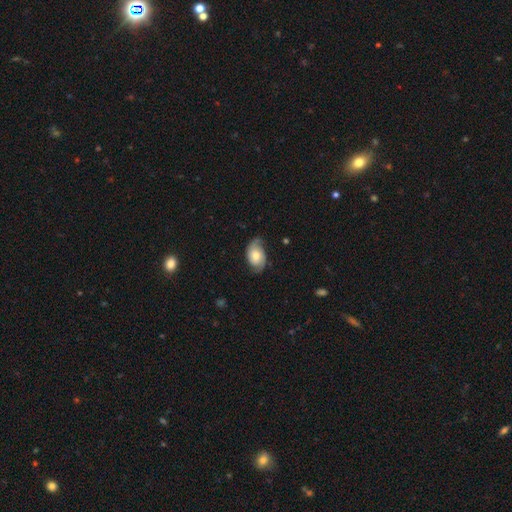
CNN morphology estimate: This appears to be a featured or disk galaxy (62%) with no bar (72%), 2 (84%) medium (41%) spiral arms (89%) and a moderate central bulge (61%). Merging: none (69%).